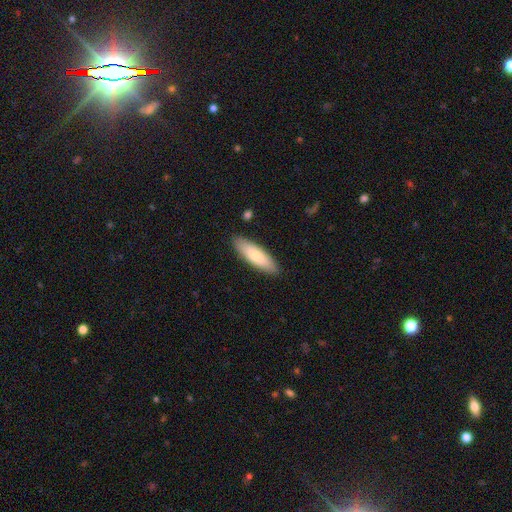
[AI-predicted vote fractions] Q: Smooth or featured?
A: smooth (77%); runner-up: featured or disk (18%)
Q: How rounded?
A: cigar-shaped (52%); runner-up: in between (47%)
Q: Merging?
A: none (88%); runner-up: minor disturbance (9%)